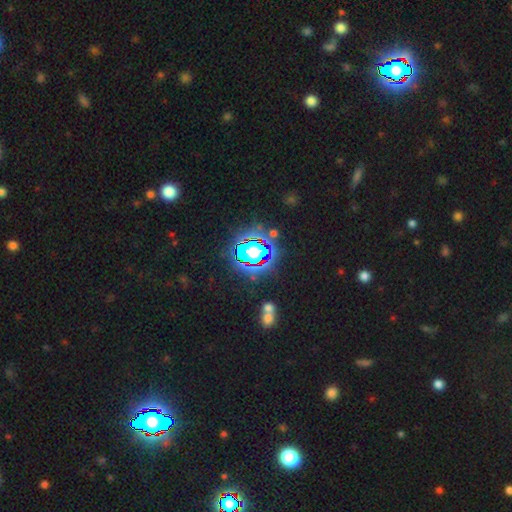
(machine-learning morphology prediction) Overall: star or artifact (80%).